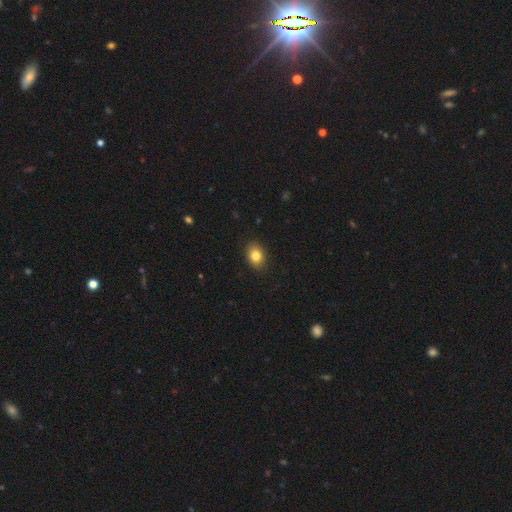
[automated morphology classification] smooth_or_featured: smooth (p=0.83) [alt: star or artifact p=0.09]
how_rounded: in between (p=0.74) [alt: round p=0.25]
merging: none (p=0.88) [alt: minor disturbance p=0.09]